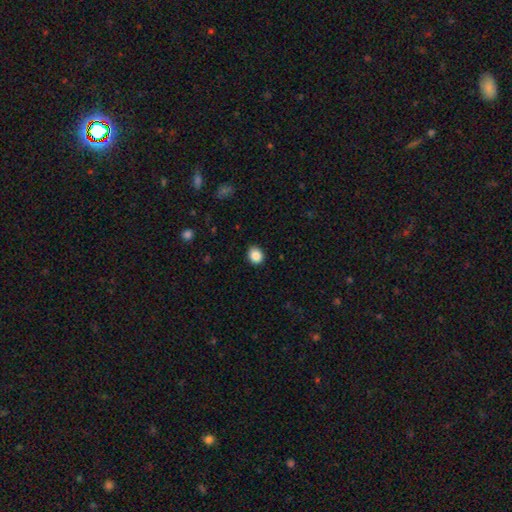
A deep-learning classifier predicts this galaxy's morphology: Smooth or featured? Predicted: smooth (p=0.88). How rounded? Predicted: round (p=0.66). Merging? Predicted: none (p=0.87).